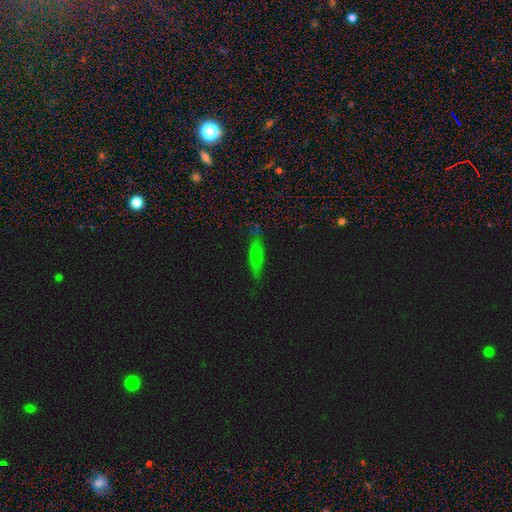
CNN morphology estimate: Smooth or featured? smooth (62%)
How rounded? cigar-shaped (57%)
Merging? none (76%)